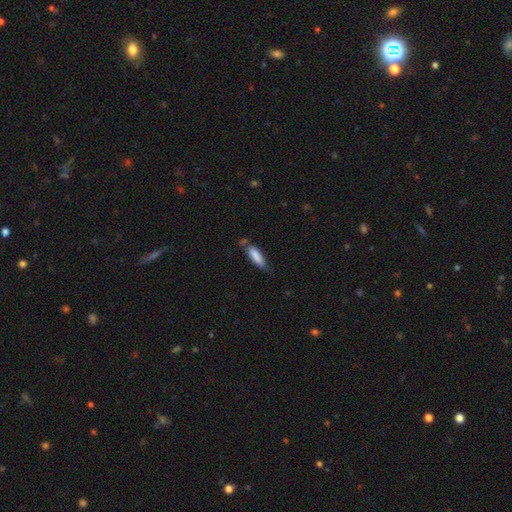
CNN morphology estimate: Smooth or featured?
  - smooth: 84% *
  - featured or disk: 10%
  - star or artifact: 6%
How rounded?
  - cigar-shaped: 51% *
  - in between: 47%
  - round: 2%
Merging?
  - none: 55% *
  - minor disturbance: 30%
  - merger: 9%
  - major disturbance: 7%